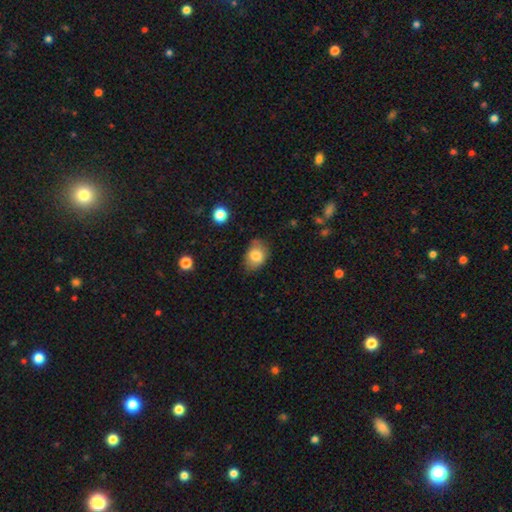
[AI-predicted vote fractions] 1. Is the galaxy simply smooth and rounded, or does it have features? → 80% smooth, 11% featured or disk, 8% star or artifact.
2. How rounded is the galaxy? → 74% in between, 25% round, 1% cigar-shaped.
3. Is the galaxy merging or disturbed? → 71% none, 22% minor disturbance, 4% major disturbance, 2% merger.